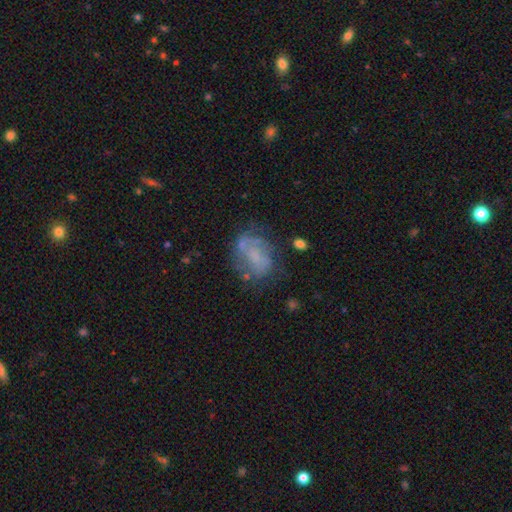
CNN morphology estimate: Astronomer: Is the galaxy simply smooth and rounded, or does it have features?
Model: featured or disk — 49% (runner-up: smooth, 39%).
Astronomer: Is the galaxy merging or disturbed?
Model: none — 47% (runner-up: minor disturbance, 24%).